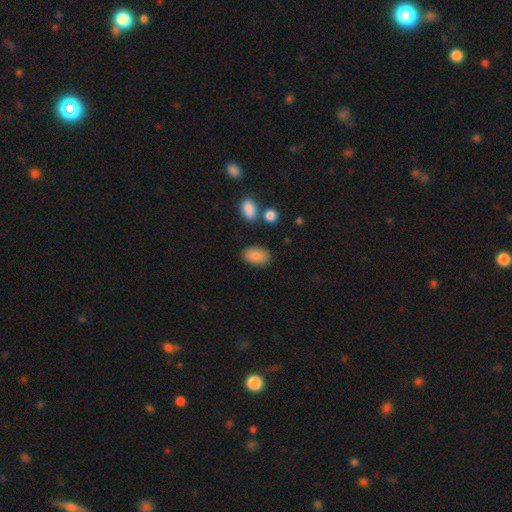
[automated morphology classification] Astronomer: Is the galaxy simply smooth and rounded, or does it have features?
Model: smooth — 88%.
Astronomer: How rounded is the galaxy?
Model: in between — 93%.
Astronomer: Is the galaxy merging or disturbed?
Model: none — 82%.